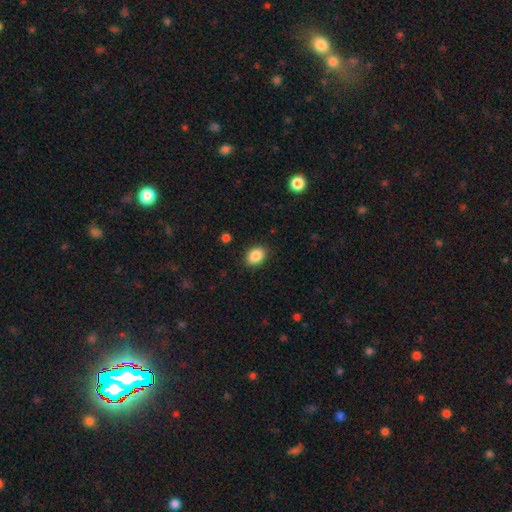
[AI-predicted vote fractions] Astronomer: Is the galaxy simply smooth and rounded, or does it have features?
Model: smooth — 88%.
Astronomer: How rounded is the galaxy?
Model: in between — 71%.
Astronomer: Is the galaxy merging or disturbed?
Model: none — 88%.